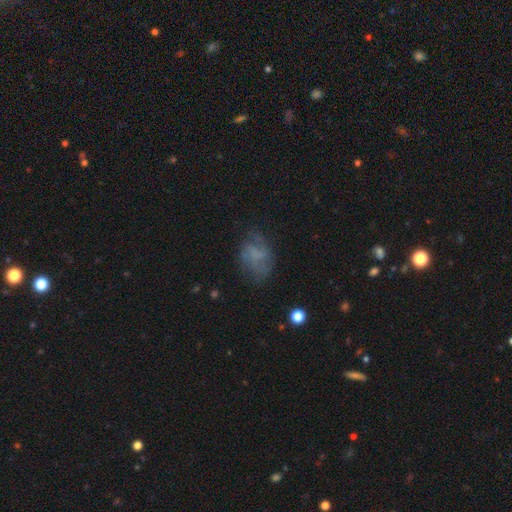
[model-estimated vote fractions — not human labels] featured or disk 46%, smooth 41%, star or artifact 13%. Down the decision tree: merging — none (55%).